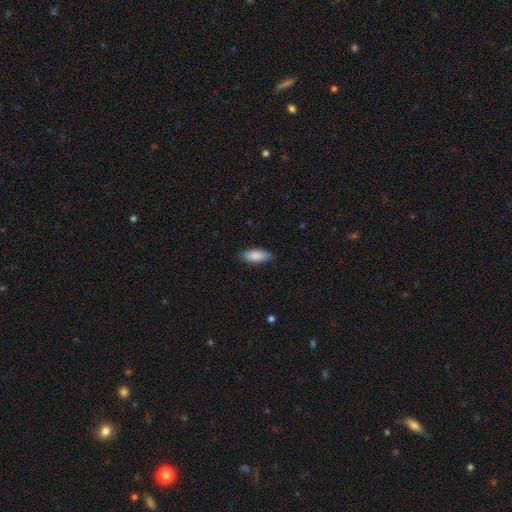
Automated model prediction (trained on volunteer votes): smooth-or-featured: smooth: 89% | star or artifact: 6% | featured or disk: 6%
  how-rounded: in between: 82% | cigar-shaped: 16% | round: 2%
  merging: none: 85% | minor disturbance: 12% | major disturbance: 2% | merger: 1%